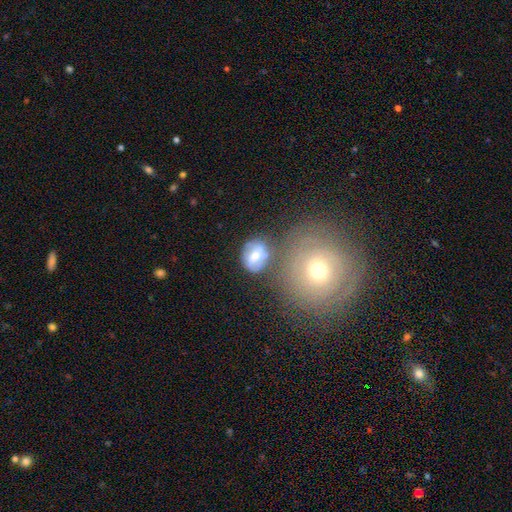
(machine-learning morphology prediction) smooth_or_featured: featured or disk (p=0.50) [alt: smooth p=0.42]
merging: none (p=0.54) [alt: minor disturbance p=0.19]